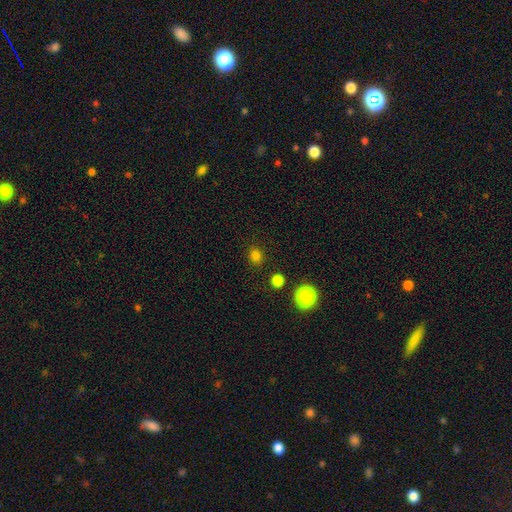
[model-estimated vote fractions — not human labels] Morphology: type=smooth (79%); roundness=round (76%); merging=none (87%).